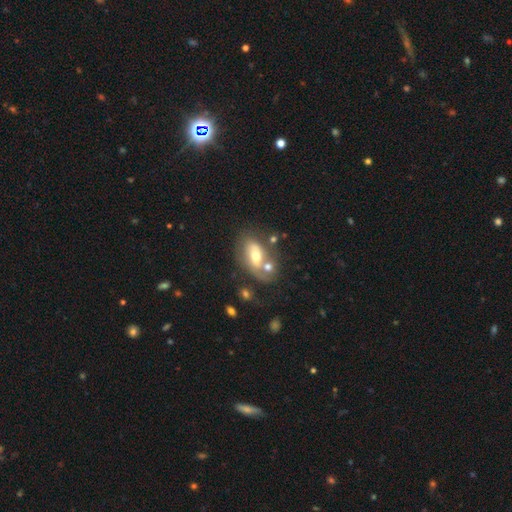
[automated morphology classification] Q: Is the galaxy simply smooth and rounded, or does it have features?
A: smooth — 47%.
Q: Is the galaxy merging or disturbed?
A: none — 40%.